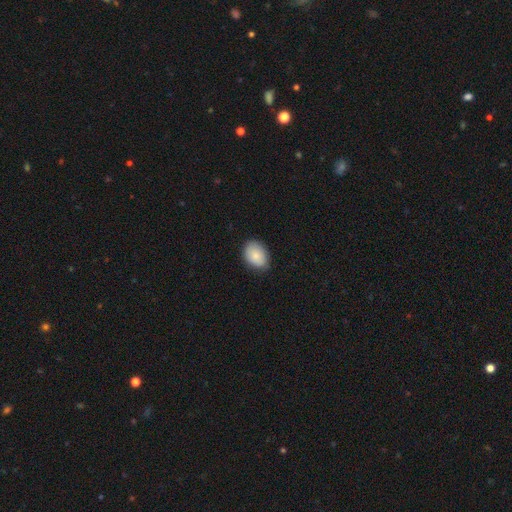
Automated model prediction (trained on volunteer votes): This appears to be a smooth galaxy with no disk features (85%) that is in between round and cigar-shaped (77%). Merging: none (78%).